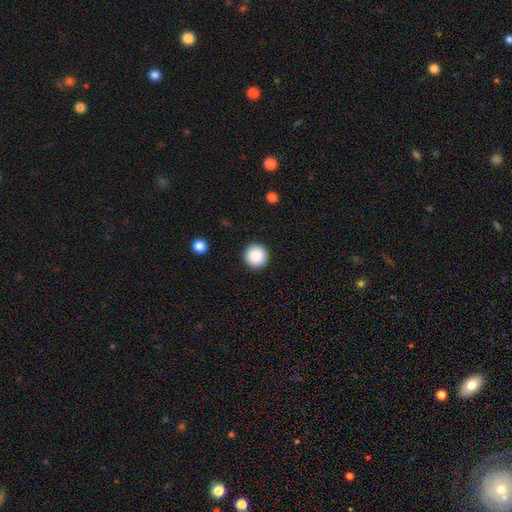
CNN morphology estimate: Smooth or featured? Predicted: smooth (p=0.88). How rounded? Predicted: round (p=0.96). Merging? Predicted: none (p=0.92).